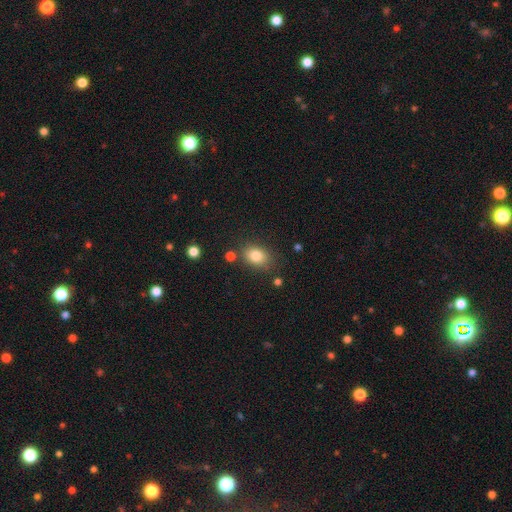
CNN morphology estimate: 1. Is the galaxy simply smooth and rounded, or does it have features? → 82% smooth, 10% star or artifact, 8% featured or disk.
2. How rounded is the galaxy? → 66% in between, 33% round, 1% cigar-shaped.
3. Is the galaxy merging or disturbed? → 76% none, 14% minor disturbance, 6% merger, 4% major disturbance.